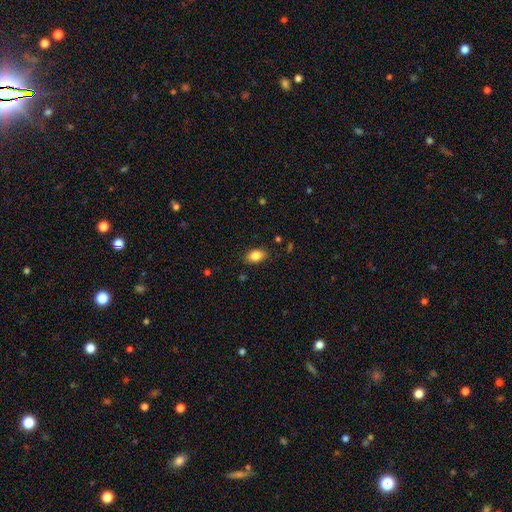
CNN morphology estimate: This appears to be a smooth galaxy with no disk features (85%) that is in between round and cigar-shaped (89%). Merging: none (85%).